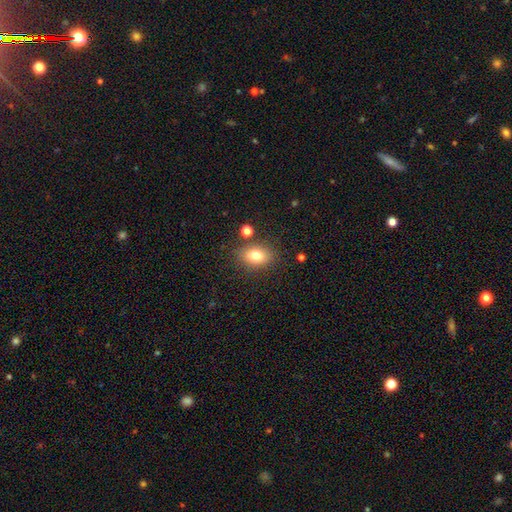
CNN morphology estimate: Q: Smooth or featured?
A: smooth (78%); runner-up: featured or disk (11%)
Q: How rounded?
A: in between (70%); runner-up: round (28%)
Q: Merging?
A: none (81%); runner-up: minor disturbance (11%)